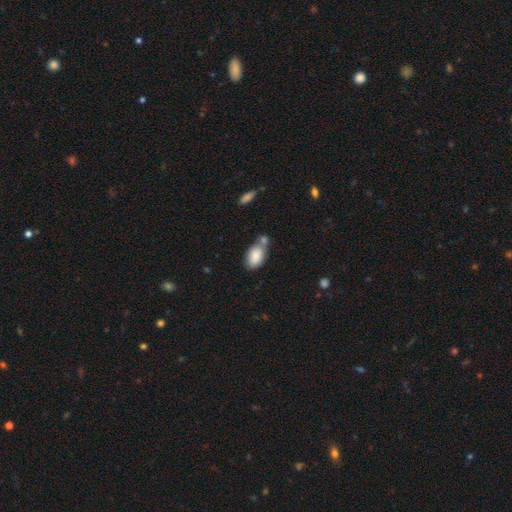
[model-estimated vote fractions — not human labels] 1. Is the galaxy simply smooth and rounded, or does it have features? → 83% smooth, 11% featured or disk, 7% star or artifact.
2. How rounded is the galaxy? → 92% in between, 7% round, 2% cigar-shaped.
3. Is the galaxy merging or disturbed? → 46% none, 34% merger, 16% minor disturbance, 5% major disturbance.